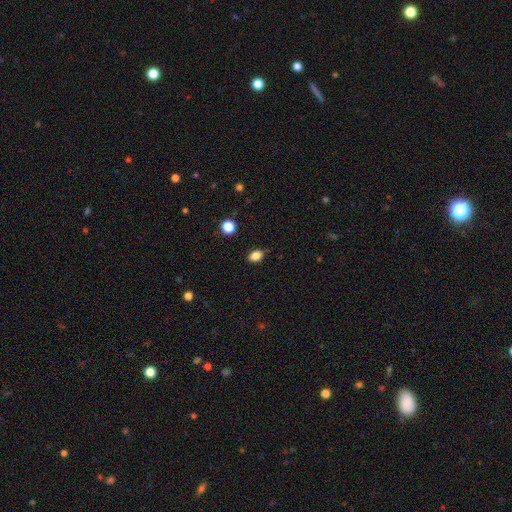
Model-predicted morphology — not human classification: Smooth or featured?
  - smooth: 85% *
  - star or artifact: 11%
  - featured or disk: 5%
How rounded?
  - in between: 76% *
  - round: 23%
  - cigar-shaped: 2%
Merging?
  - none: 84% *
  - minor disturbance: 12%
  - major disturbance: 2%
  - merger: 1%